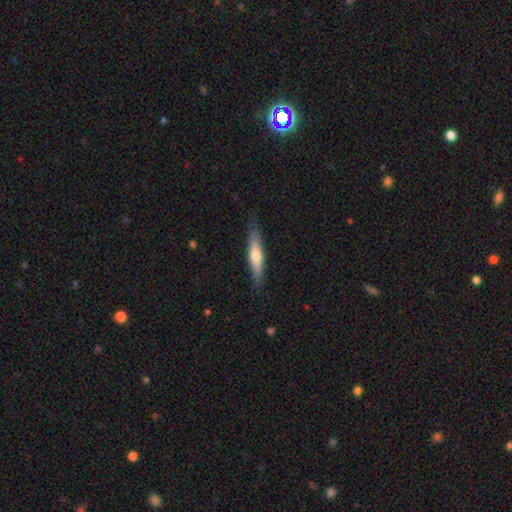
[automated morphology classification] Smooth or featured? Predicted: smooth (p=0.52). How rounded? Predicted: cigar-shaped (p=0.83). Merging? Predicted: none (p=0.82).